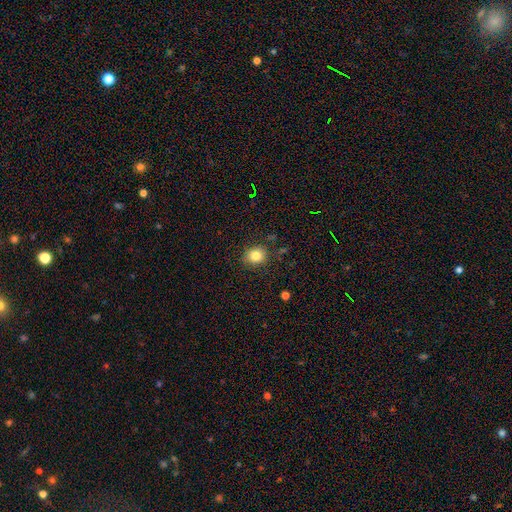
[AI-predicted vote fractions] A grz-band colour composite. It shows a smooth galaxy with no disk features (83%) that is round (70%). Merging: none (85%).